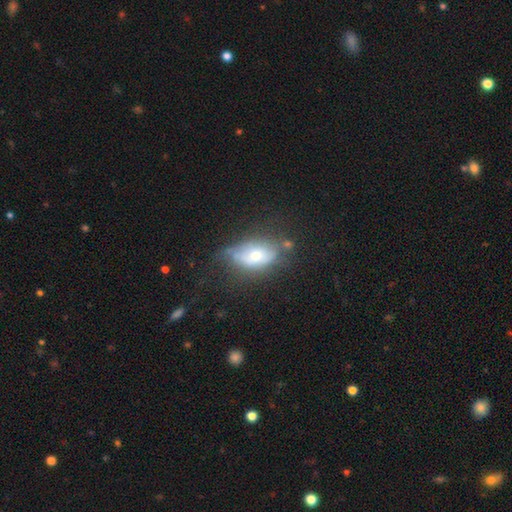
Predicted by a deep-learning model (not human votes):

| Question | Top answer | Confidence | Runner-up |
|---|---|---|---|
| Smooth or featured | smooth | 50% | featured or disk (40%) |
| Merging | none | 46% | minor disturbance (32%) |